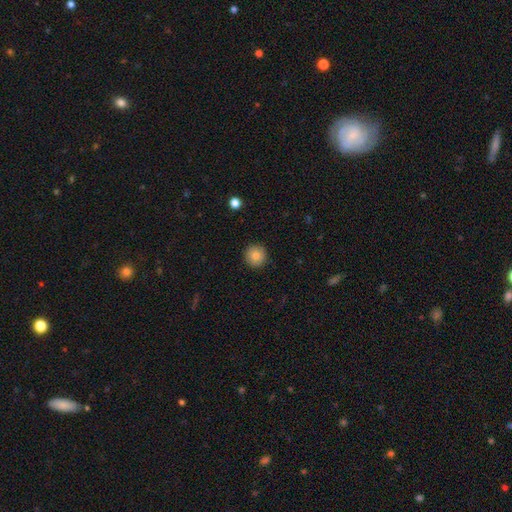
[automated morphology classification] A smooth galaxy with no disk features (84%) that is round (95%).

Vote fractions:
- Smooth or featured? smooth: 84% / star or artifact: 9% / featured or disk: 7%
- How rounded? round: 95% / in between: 4% / cigar-shaped: 1%
- Merging? none: 92% / minor disturbance: 5% / major disturbance: 2% / merger: 1%